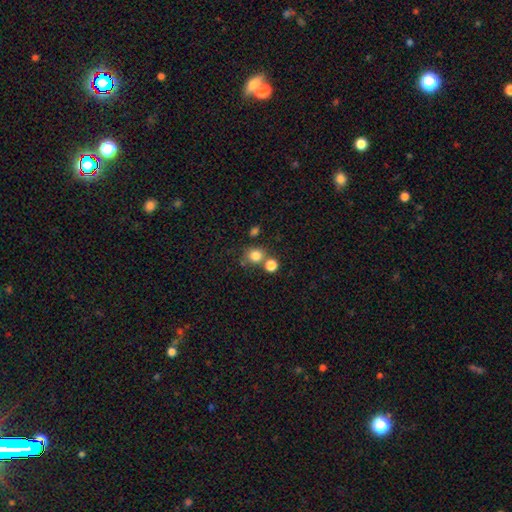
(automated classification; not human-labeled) This is clearly a smooth galaxy (81%). How rounded: likely round (79%). Merging: likely none (62%).